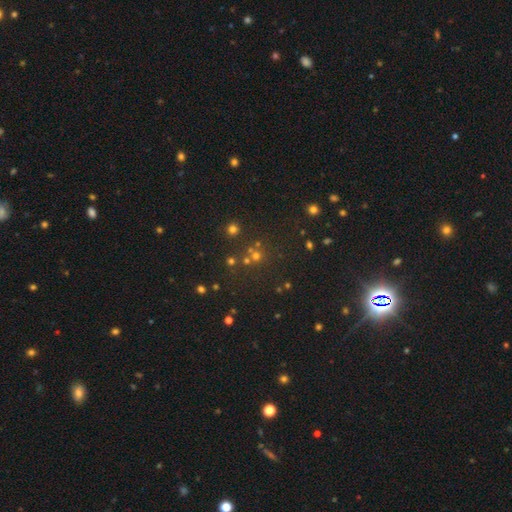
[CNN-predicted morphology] This appears to be a smooth galaxy with no disk features (46%). Merging: none (71%).